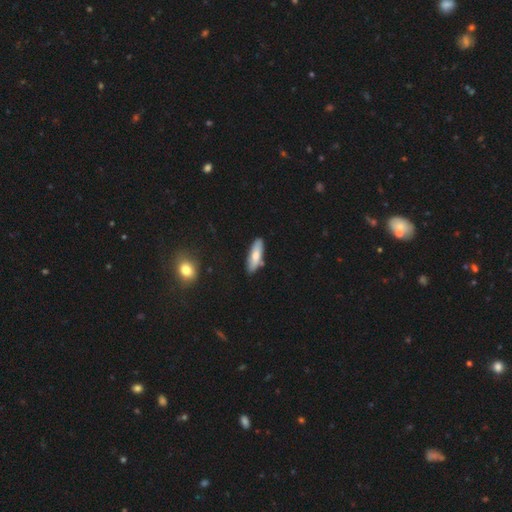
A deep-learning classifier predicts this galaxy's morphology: Q: Smooth or featured?
A: smooth (72%); runner-up: featured or disk (22%)
Q: How rounded?
A: cigar-shaped (49%); tied with: in between (49%)
Q: Merging?
A: none (82%); runner-up: minor disturbance (13%)